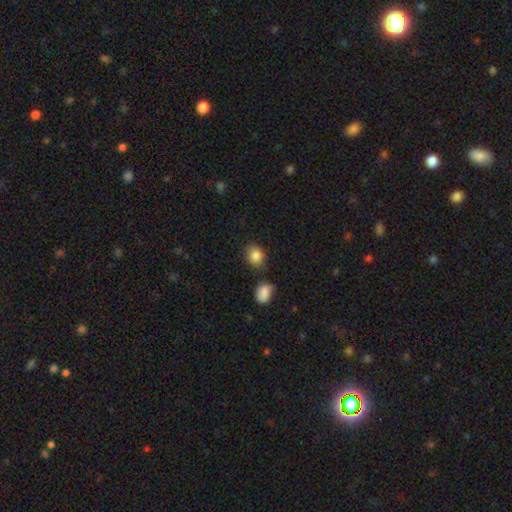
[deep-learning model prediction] Smooth or featured? smooth (86%)
How rounded? round (55%)
Merging? none (77%)